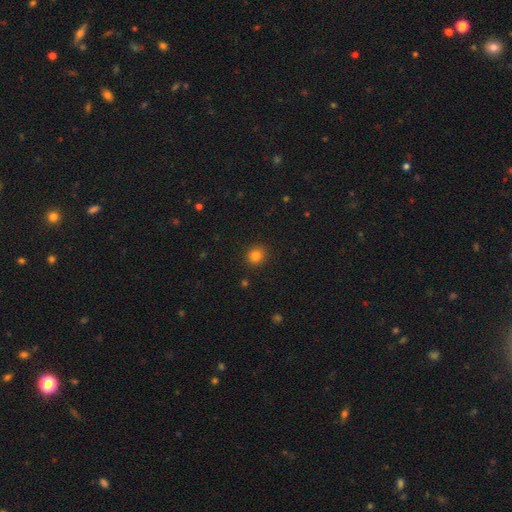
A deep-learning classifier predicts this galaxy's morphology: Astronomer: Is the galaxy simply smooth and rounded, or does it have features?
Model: smooth — 82%.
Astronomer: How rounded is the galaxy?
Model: round — 83%.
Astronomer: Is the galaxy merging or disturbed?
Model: none — 90%.